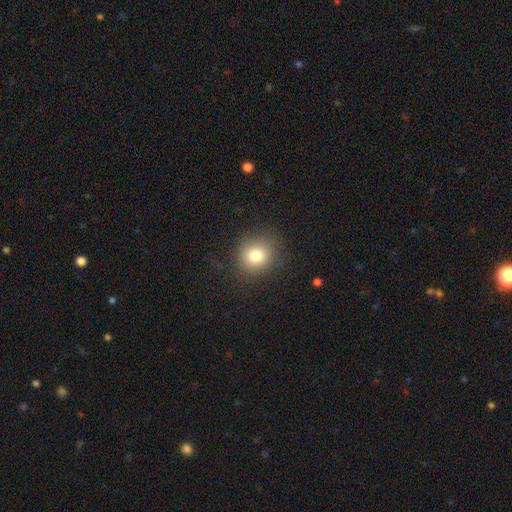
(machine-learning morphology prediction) smooth_or_featured: smooth (p=0.79) [alt: star or artifact p=0.12]
how_rounded: round (p=0.80) [alt: in between p=0.19]
merging: none (p=0.84) [alt: minor disturbance p=0.11]